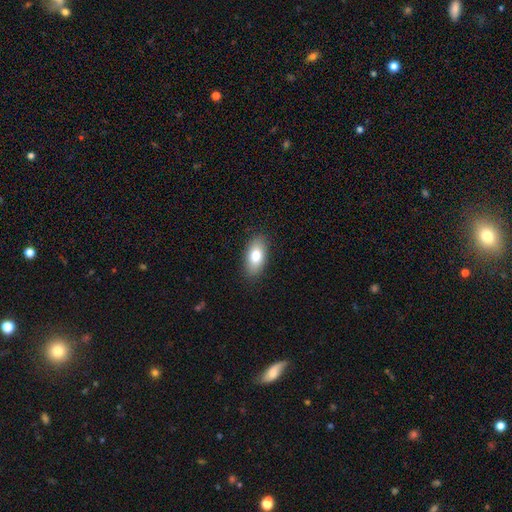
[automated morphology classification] The model was most divided on "smooth or featured": smooth: 81%, featured or disk: 12%, star or artifact: 7%. More confident: how rounded — in between (89%); merging — none (87%).